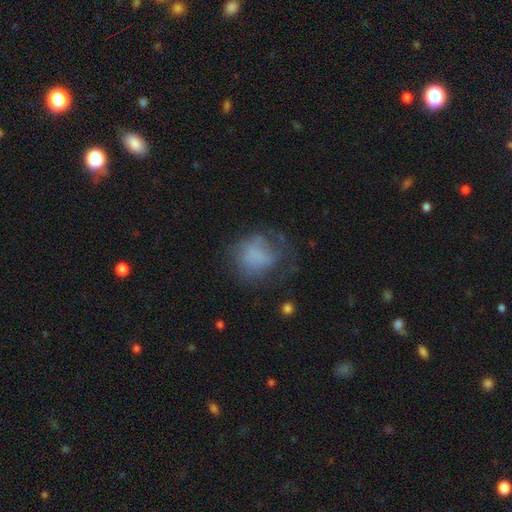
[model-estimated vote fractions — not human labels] This is possibly a smooth galaxy (57%). How rounded: likely round (65%). Merging: marginally none (43%).